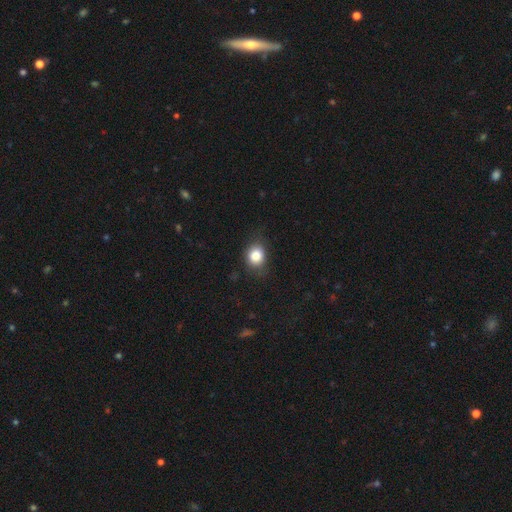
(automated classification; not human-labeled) Smooth or featured? smooth (84%)
How rounded? round (60%)
Merging? none (74%)